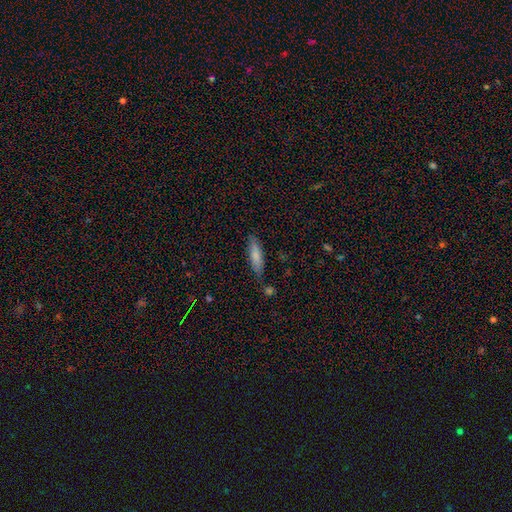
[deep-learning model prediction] Smooth or featured?
  - smooth: 75% *
  - featured or disk: 18%
  - star or artifact: 7%
How rounded?
  - cigar-shaped: 67% *
  - in between: 31%
  - round: 2%
Merging?
  - none: 77% *
  - minor disturbance: 16%
  - merger: 4%
  - major disturbance: 3%